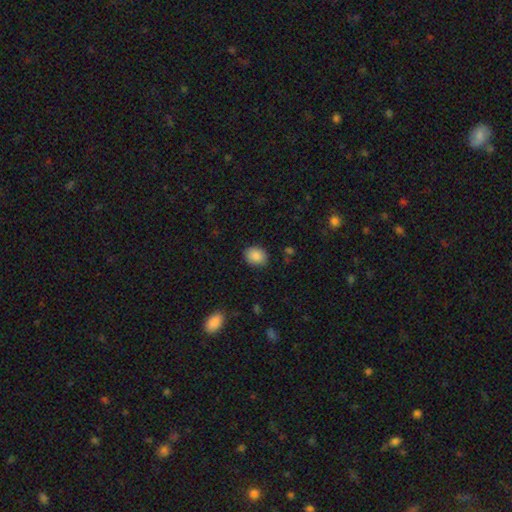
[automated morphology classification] Smooth or featured? Predicted: smooth (p=0.88). How rounded? Predicted: in between (p=0.52). Merging? Predicted: none (p=0.86).